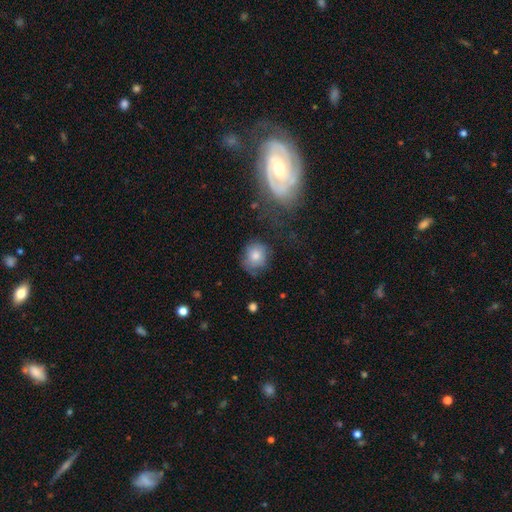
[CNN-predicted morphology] smooth 74%, featured or disk 17%, star or artifact 10%. Down the decision tree: how rounded — round (79%); merging — none (61%).